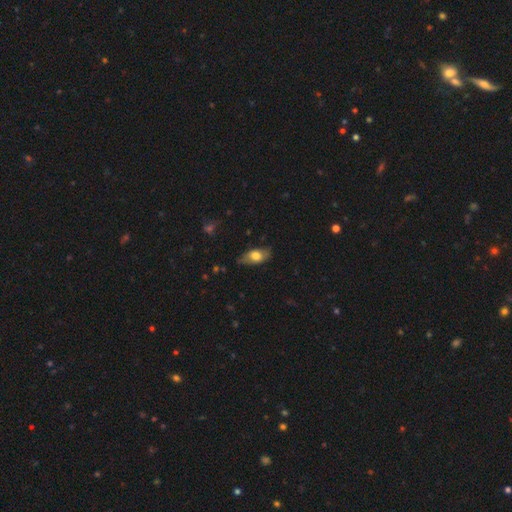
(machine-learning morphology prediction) The model was most divided on "smooth or featured": smooth: 68%, featured or disk: 26%, star or artifact: 7%. More confident: how rounded — in between (87%); merging — none (70%).